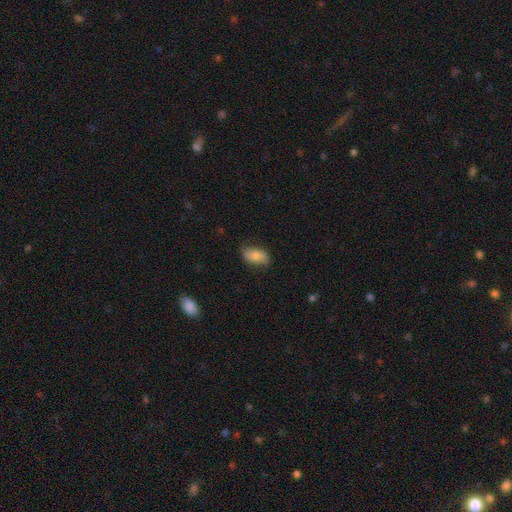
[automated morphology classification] smooth 76%, featured or disk 17%, star or artifact 7%. Down the decision tree: how rounded — in between (92%); merging — none (70%).